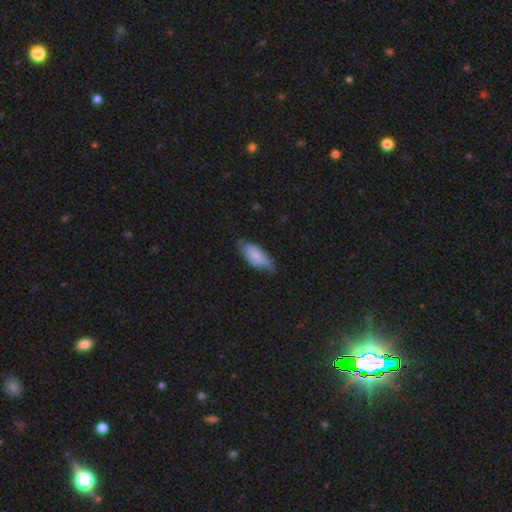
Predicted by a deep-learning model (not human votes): Smooth or featured: smooth — 80% (featured or disk — 15%)
How rounded: in between — 82% (cigar-shaped — 16%)
Merging: none — 68% (minor disturbance — 27%)